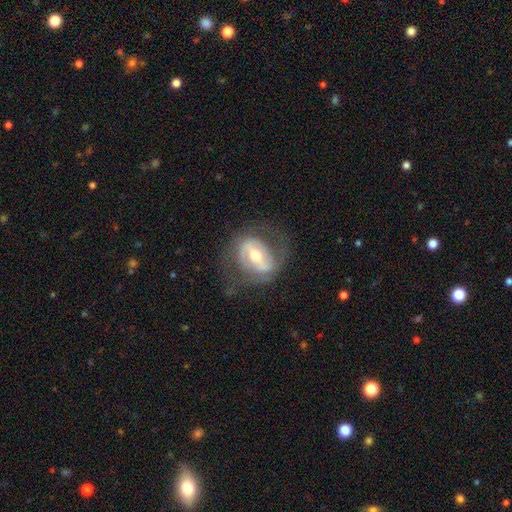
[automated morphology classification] smooth-or-featured: featured or disk: 77% | smooth: 17% | star or artifact: 6%
  disk-edge-on: no: 95% | yes: 5%
    bar: strong: 47% | weak: 35% | no: 18%
    has-spiral-arms: yes: 73% | no: 27%
      spiral-winding: medium: 45% | tight: 29% | loose: 25%
      spiral-arm-count: 2: 78% | can't tell: 13% | 1: 5% | 3: 2% | 4: 1% | more than 4: 1%
    bulge-size: moderate: 65% | small: 26% | large: 7% | none: 1% | dominant: 1%
  merging: none: 64% | minor disturbance: 19% | major disturbance: 16% | merger: 1%